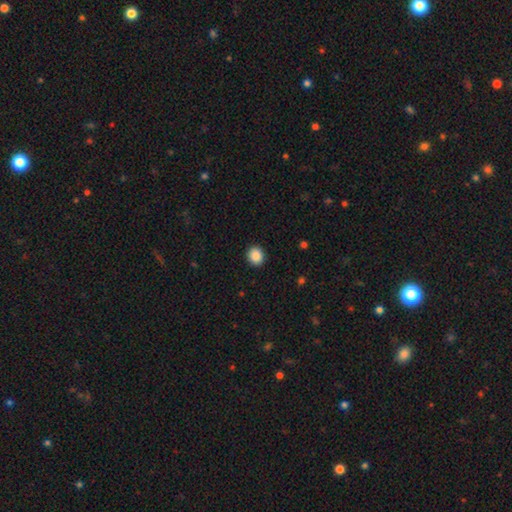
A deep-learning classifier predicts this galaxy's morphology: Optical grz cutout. It shows a smooth galaxy with no disk features (89%) that is round (75%). Merging: none (92%).